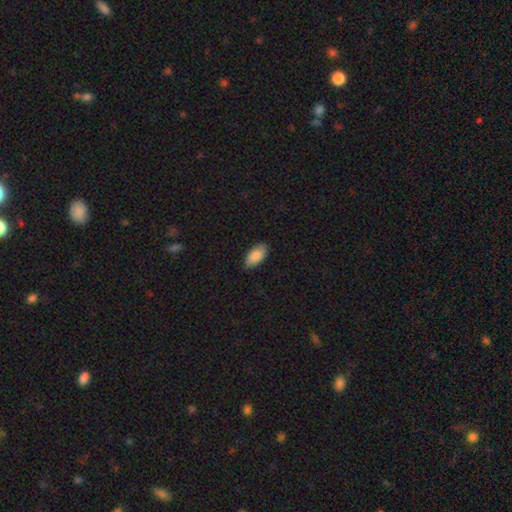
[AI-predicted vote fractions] A smooth galaxy with no disk features (88%) that is in between round and cigar-shaped (93%).

Vote fractions:
- Smooth or featured? smooth: 88% / featured or disk: 6% / star or artifact: 6%
- How rounded? in between: 93% / cigar-shaped: 4% / round: 2%
- Merging? none: 84% / minor disturbance: 13% / major disturbance: 2% / merger: 1%